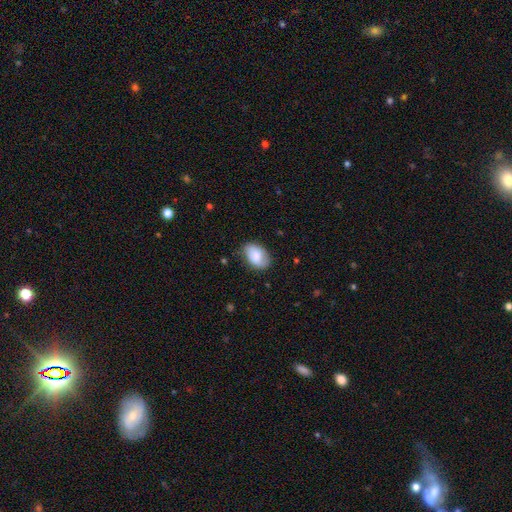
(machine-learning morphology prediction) Smooth or featured: smooth — 69% (featured or disk — 24%)
How rounded: in between — 87% (round — 12%)
Merging: none — 74% (minor disturbance — 20%)